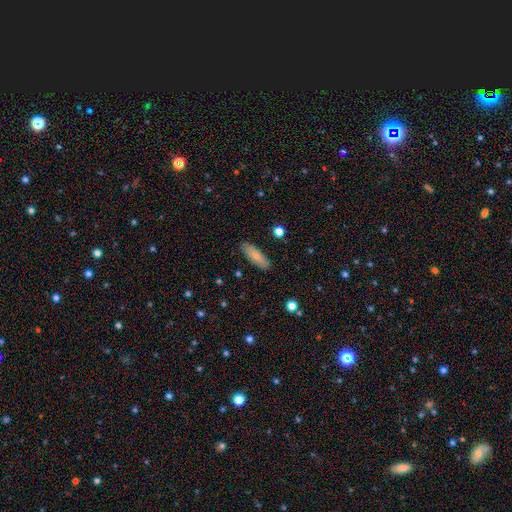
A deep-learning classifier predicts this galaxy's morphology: Smooth or featured? smooth (78%)
How rounded? in between (58%)
Merging? none (88%)